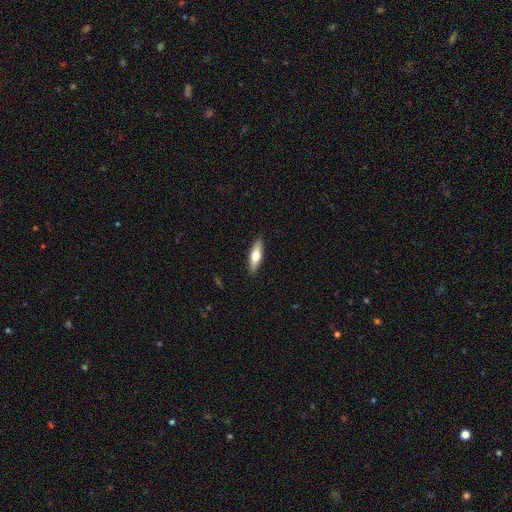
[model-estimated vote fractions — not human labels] Smooth or featured: smooth — 53% (featured or disk — 41%)
How rounded: cigar-shaped — 59% (in between — 39%)
Merging: none — 90% (minor disturbance — 7%)